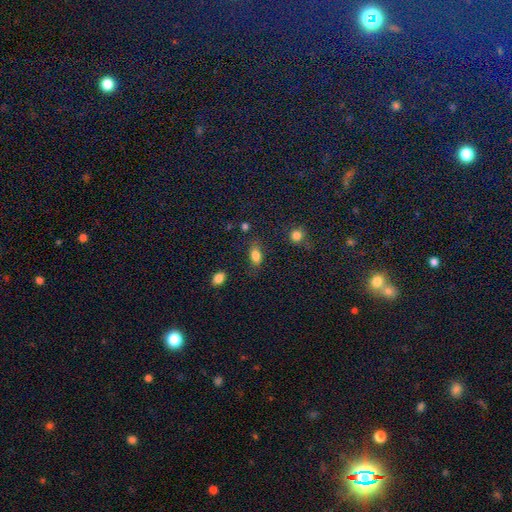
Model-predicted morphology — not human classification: Smooth or featured?
  - smooth: 81% *
  - star or artifact: 10%
  - featured or disk: 9%
How rounded?
  - in between: 84% *
  - round: 10%
  - cigar-shaped: 6%
Merging?
  - none: 74% *
  - minor disturbance: 18%
  - major disturbance: 6%
  - merger: 3%